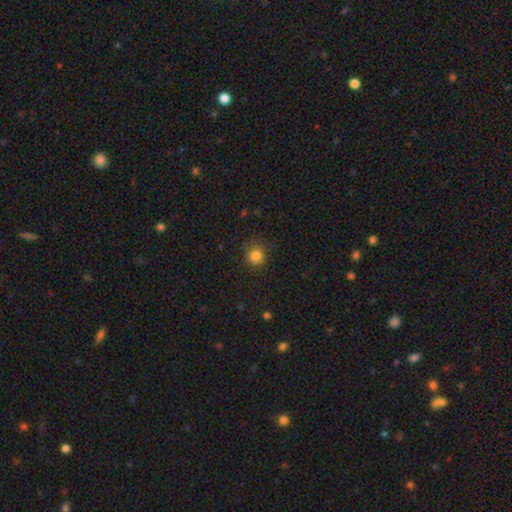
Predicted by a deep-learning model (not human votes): A smooth galaxy with no disk features (83%) that is round (90%). Merging: none (85%).